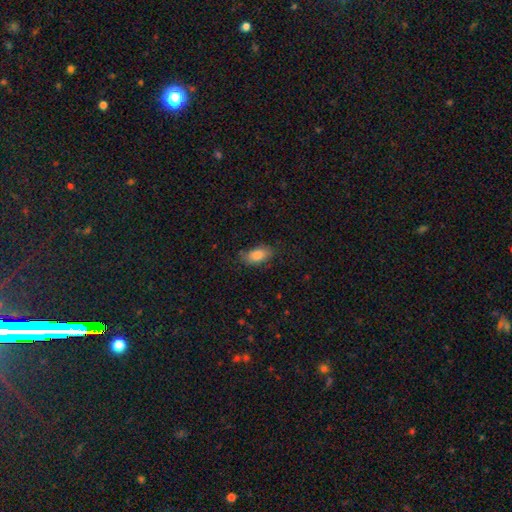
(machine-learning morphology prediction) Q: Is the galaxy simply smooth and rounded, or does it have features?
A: smooth — 85%.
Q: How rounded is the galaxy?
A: in between — 91%.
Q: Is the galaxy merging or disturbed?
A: none — 73%.